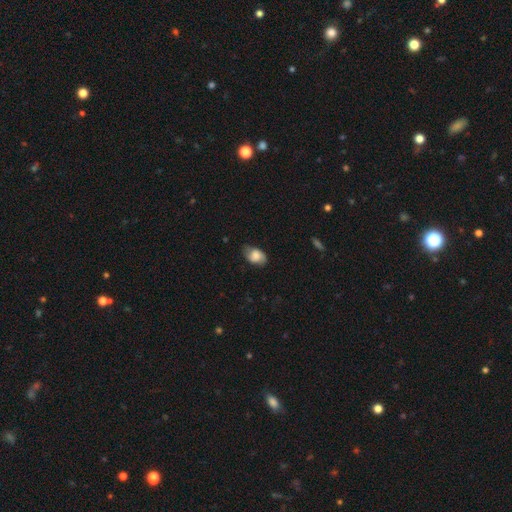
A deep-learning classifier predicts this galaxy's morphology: Smooth or featured: smooth — 68% (featured or disk — 24%)
How rounded: in between — 82% (round — 16%)
Merging: none — 66% (minor disturbance — 26%)